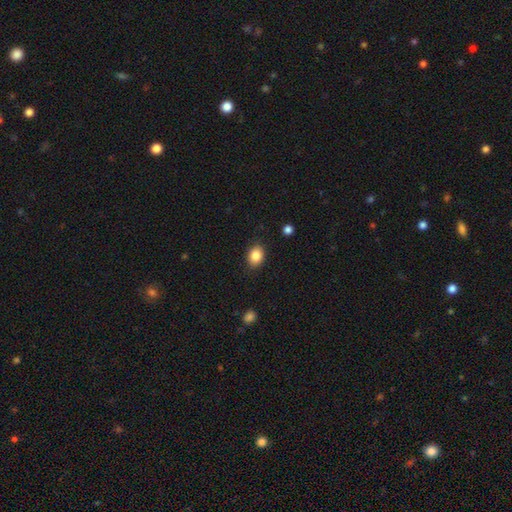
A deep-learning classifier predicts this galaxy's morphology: This appears to be a smooth galaxy with no disk features (86%) that is in between round and cigar-shaped (61%). Merging: none (86%).